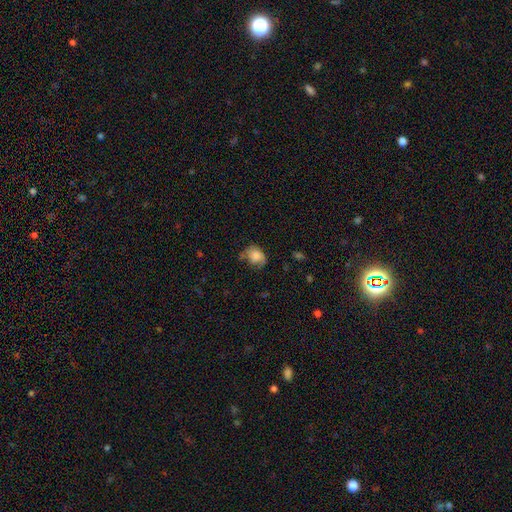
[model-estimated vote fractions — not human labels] Smooth or featured: smooth — 69% (featured or disk — 22%)
How rounded: in between — 54% (round — 45%)
Merging: none — 45% (minor disturbance — 34%)